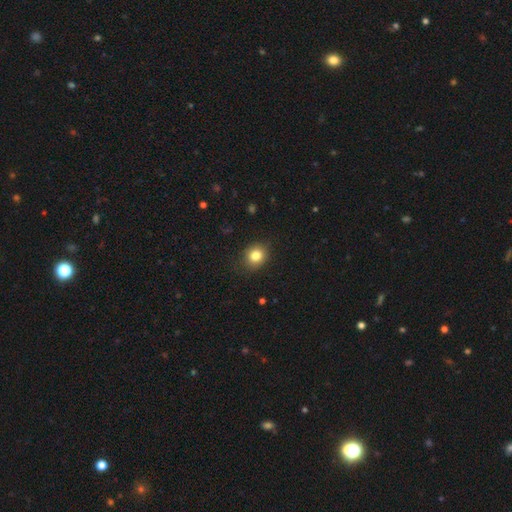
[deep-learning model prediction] Overall: smooth (82%). How rounded: round (66%; in between 33%). Merging: none (85%).